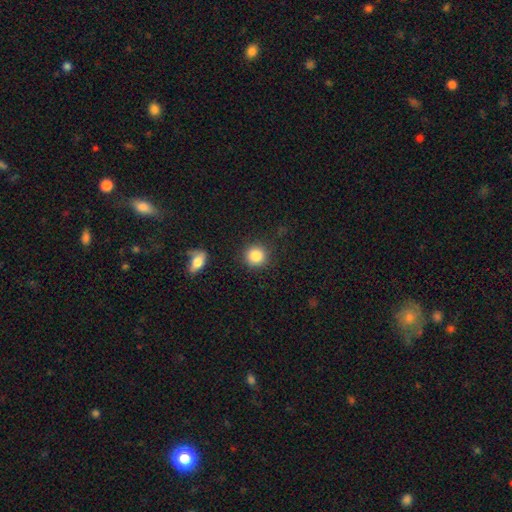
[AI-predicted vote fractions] smooth_or_featured: smooth (p=0.86) [alt: star or artifact p=0.09]
how_rounded: round (p=0.92) [alt: in between p=0.07]
merging: none (p=0.88) [alt: minor disturbance p=0.07]